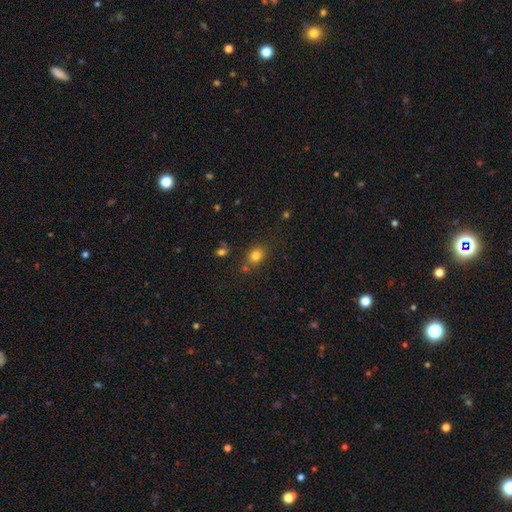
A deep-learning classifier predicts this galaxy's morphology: smooth 80%, star or artifact 13%, featured or disk 7%. Down the decision tree: how rounded — round (58%); merging — none (72%).